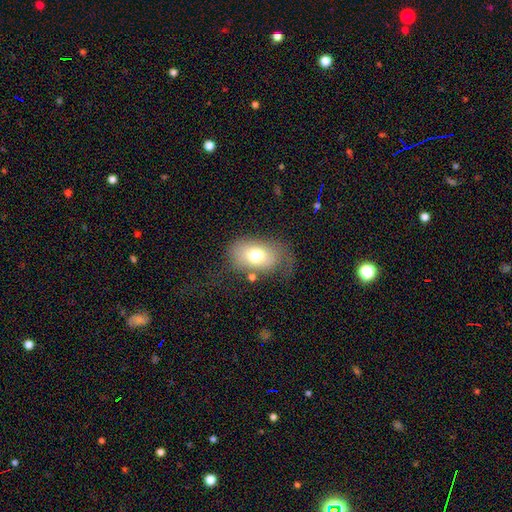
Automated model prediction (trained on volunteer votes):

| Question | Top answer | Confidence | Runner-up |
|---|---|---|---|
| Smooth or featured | smooth | 68% | featured or disk (22%) |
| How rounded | in between | 80% | round (18%) |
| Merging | none | 52% | minor disturbance (25%) |